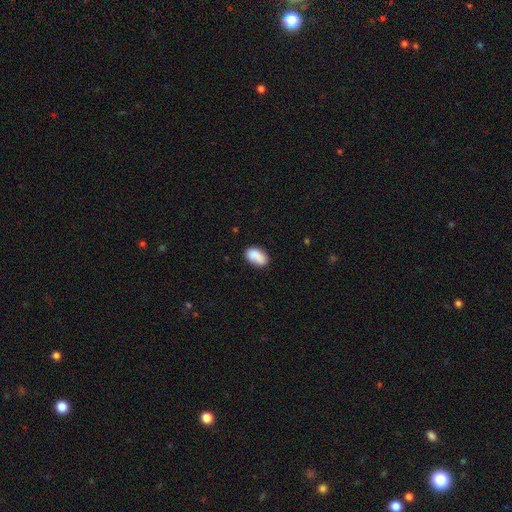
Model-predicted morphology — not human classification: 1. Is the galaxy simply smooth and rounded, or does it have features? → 83% smooth, 9% featured or disk, 7% star or artifact.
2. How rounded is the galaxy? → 91% in between, 7% round, 2% cigar-shaped.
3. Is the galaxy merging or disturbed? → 67% none, 21% minor disturbance, 7% merger, 5% major disturbance.